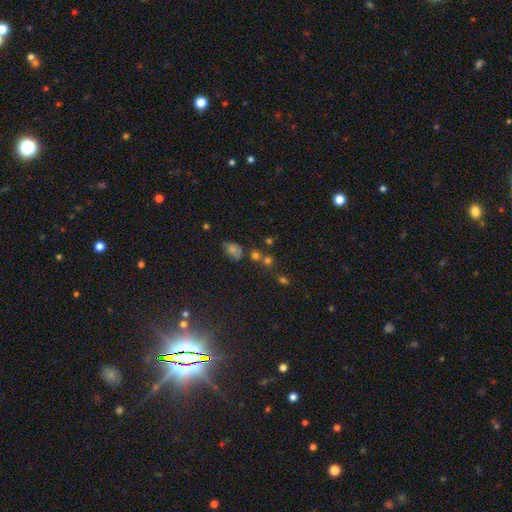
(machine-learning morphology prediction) Q: Smooth or featured?
A: star or artifact (46%); runner-up: smooth (38%)